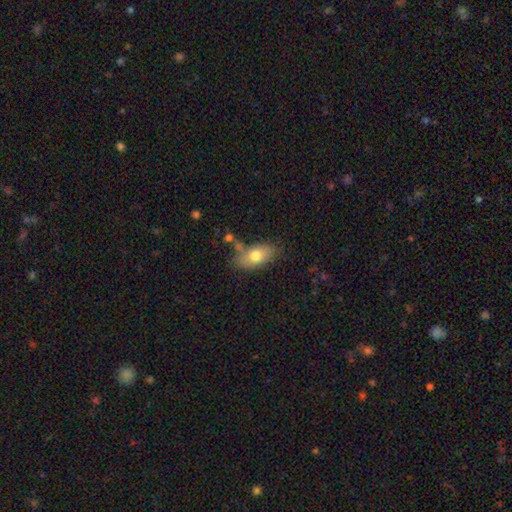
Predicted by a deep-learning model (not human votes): smooth 74%, featured or disk 18%, star or artifact 8%. Down the decision tree: how rounded — in between (89%); merging — none (63%).